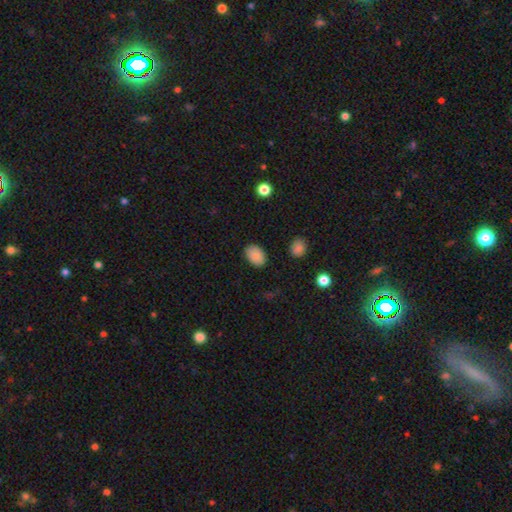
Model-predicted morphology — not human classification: smooth-or-featured: smooth: 87% | star or artifact: 8% | featured or disk: 5%
  how-rounded: in between: 85% | round: 14% | cigar-shaped: 1%
  merging: none: 87% | minor disturbance: 10% | major disturbance: 2% | merger: 1%